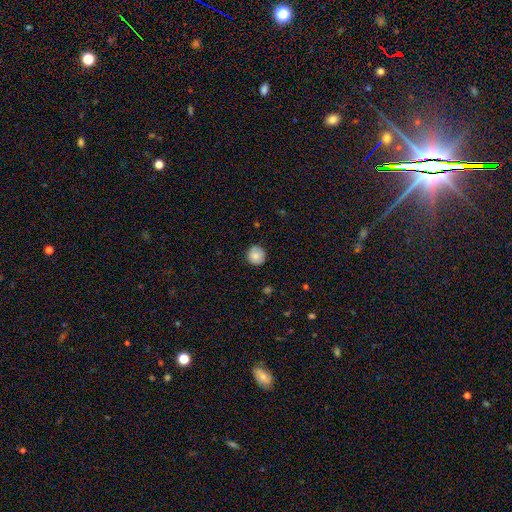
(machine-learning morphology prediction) A smooth galaxy with no disk features (84%) that is round (95%).

Vote fractions:
- Smooth or featured? smooth: 84% / star or artifact: 8% / featured or disk: 7%
- How rounded? round: 95% / in between: 4% / cigar-shaped: 1%
- Merging? none: 88% / minor disturbance: 9% / major disturbance: 2% / merger: 1%